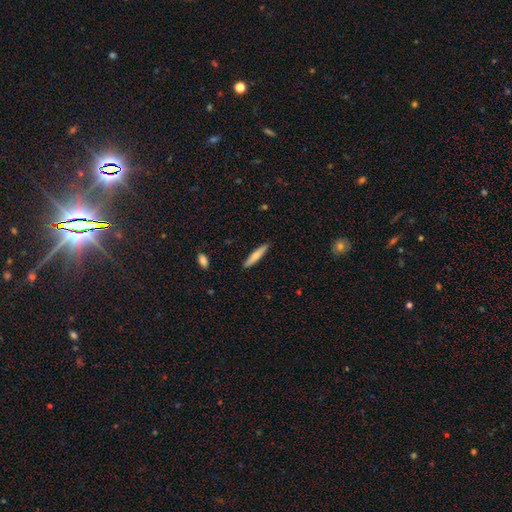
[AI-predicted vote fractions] Smooth or featured? smooth (69%)
How rounded? cigar-shaped (89%)
Merging? none (89%)